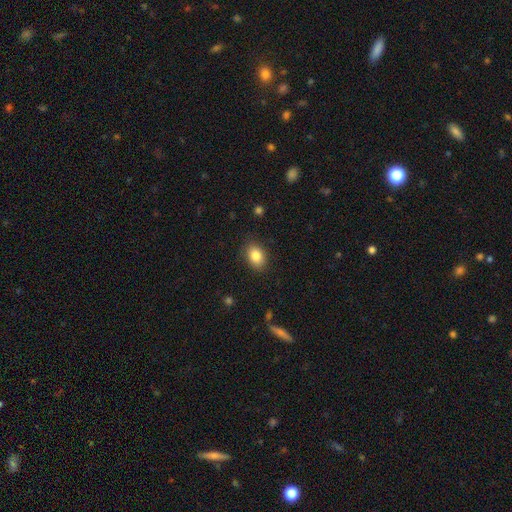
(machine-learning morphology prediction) smooth_or_featured: smooth (p=0.85) [alt: star or artifact p=0.09]
how_rounded: in between (p=0.75) [alt: round p=0.24]
merging: none (p=0.86) [alt: minor disturbance p=0.10]